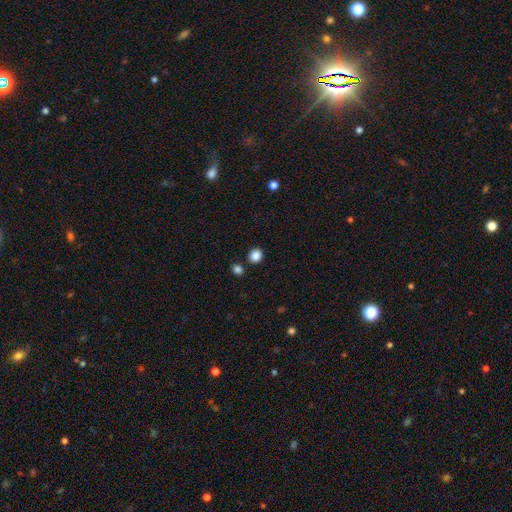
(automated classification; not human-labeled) smooth 86%, star or artifact 10%, featured or disk 4%. Down the decision tree: how rounded — round (72%); merging — none (84%).